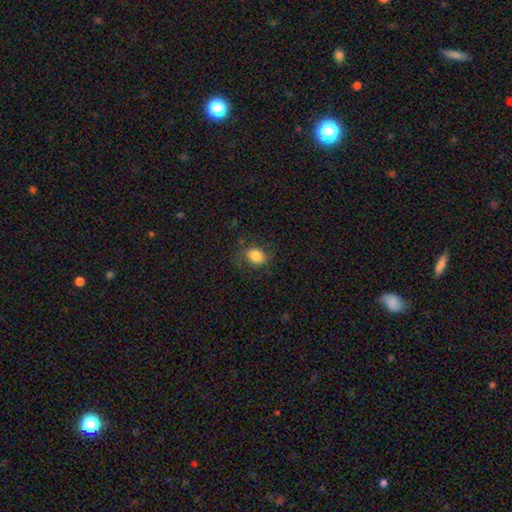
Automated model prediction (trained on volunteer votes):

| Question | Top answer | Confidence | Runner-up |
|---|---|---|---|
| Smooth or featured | smooth | 75% | featured or disk (16%) |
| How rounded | round | 52% | in between (47%) |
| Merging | none | 69% | minor disturbance (20%) |